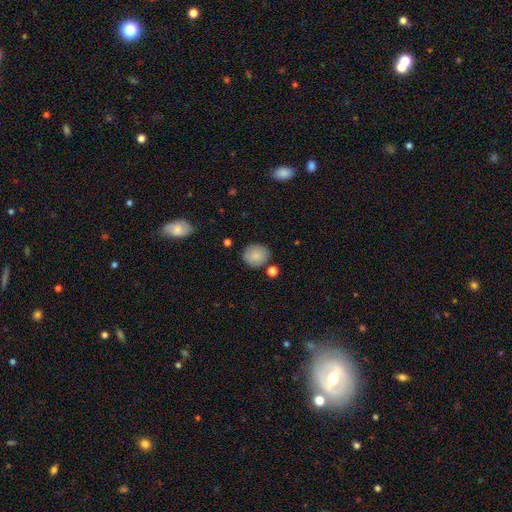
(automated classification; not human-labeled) Smooth or featured? smooth (86%)
How rounded? round (78%)
Merging? none (80%)